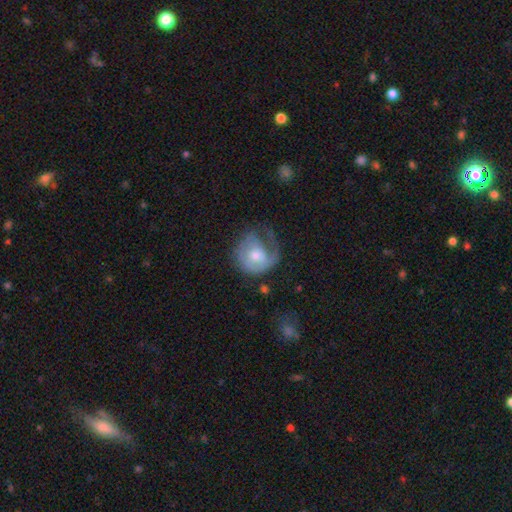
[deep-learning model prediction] smooth-or-featured: featured or disk: 55% | smooth: 38% | star or artifact: 7%
  disk-edge-on: no: 97% | yes: 3%
    bar: no: 74% | weak: 22% | strong: 4%
    has-spiral-arms: yes: 73% | no: 27%
    bulge-size: moderate: 59% | small: 31% | large: 6% | none: 3% | dominant: 1%
  merging: none: 37% | major disturbance: 35% | minor disturbance: 25% | merger: 3%